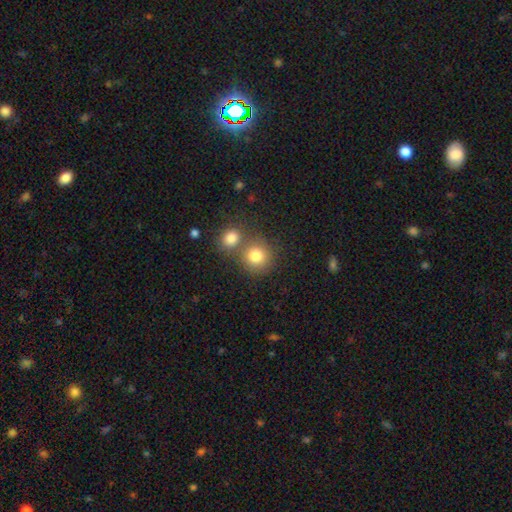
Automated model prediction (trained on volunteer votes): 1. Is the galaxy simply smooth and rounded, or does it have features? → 81% smooth, 11% star or artifact, 8% featured or disk.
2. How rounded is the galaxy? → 88% round, 11% in between, 1% cigar-shaped.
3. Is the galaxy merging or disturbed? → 58% none, 31% merger, 8% minor disturbance, 3% major disturbance.